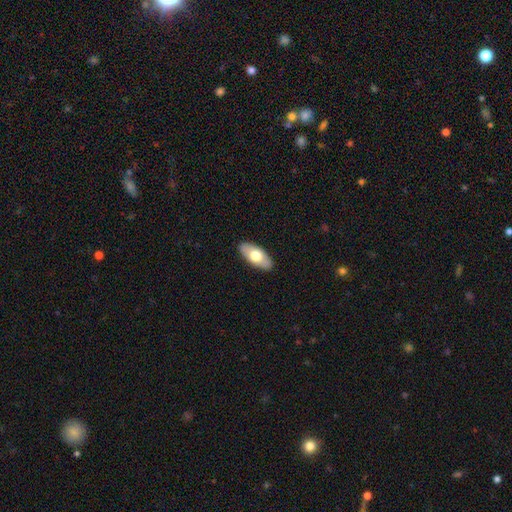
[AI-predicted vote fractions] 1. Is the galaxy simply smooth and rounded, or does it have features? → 64% smooth, 31% featured or disk, 5% star or artifact.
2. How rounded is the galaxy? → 90% in between, 7% cigar-shaped, 3% round.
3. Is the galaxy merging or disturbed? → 89% none, 8% minor disturbance, 2% major disturbance, 1% merger.